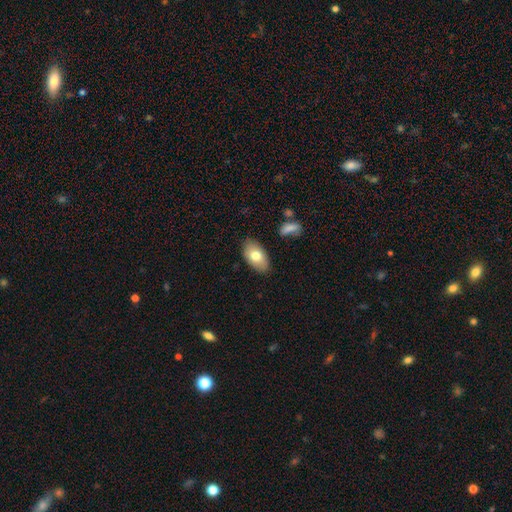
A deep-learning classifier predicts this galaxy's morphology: Q: Smooth or featured?
A: smooth (74%); runner-up: featured or disk (19%)
Q: How rounded?
A: in between (93%); runner-up: round (5%)
Q: Merging?
A: none (83%); runner-up: minor disturbance (12%)